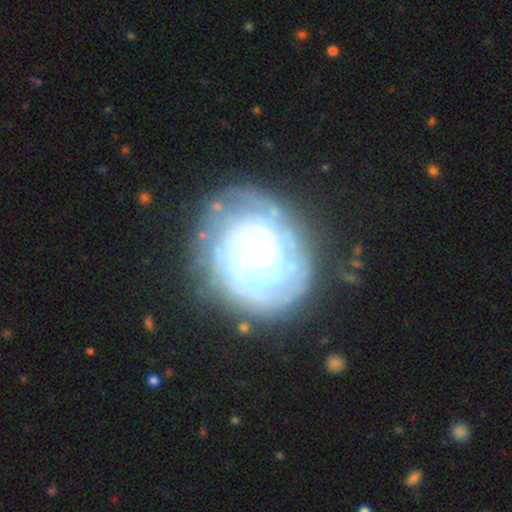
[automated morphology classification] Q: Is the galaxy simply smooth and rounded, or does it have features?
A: featured or disk — 71%.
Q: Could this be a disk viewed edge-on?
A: no — 98%.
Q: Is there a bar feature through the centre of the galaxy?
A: no — 65%.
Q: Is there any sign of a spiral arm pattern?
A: yes — 73%.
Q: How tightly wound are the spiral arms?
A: tight — 67%.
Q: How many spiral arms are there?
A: can't tell — 45%.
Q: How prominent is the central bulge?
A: large — 46%.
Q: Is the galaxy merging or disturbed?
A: none — 64%.